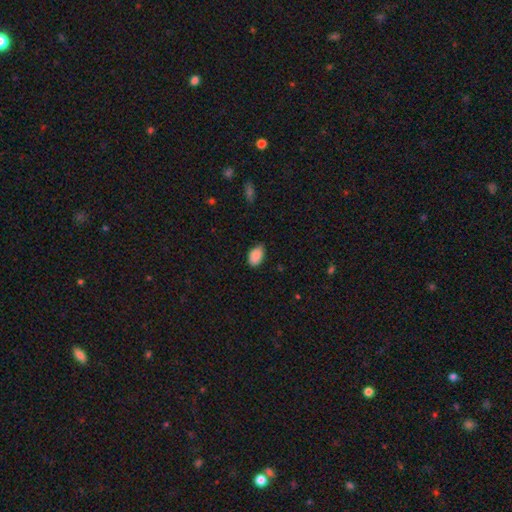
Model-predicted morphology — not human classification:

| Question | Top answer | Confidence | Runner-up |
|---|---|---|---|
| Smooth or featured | smooth | 89% | star or artifact (7%) |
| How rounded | in between | 90% | round (9%) |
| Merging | none | 72% | minor disturbance (24%) |